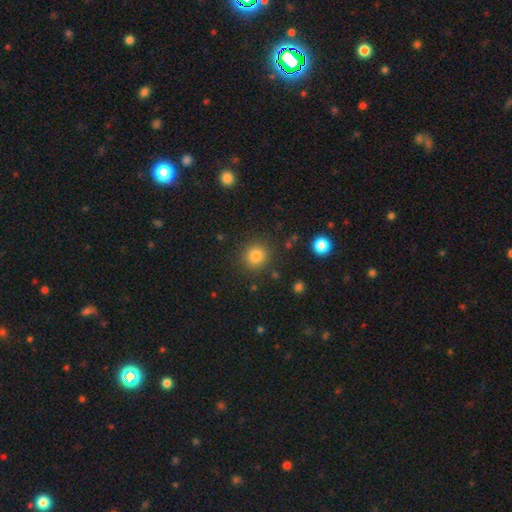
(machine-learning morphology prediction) The model was most divided on "smooth or featured": smooth: 84%, star or artifact: 12%, featured or disk: 5%. More confident: how rounded — round (90%); merging — none (88%).